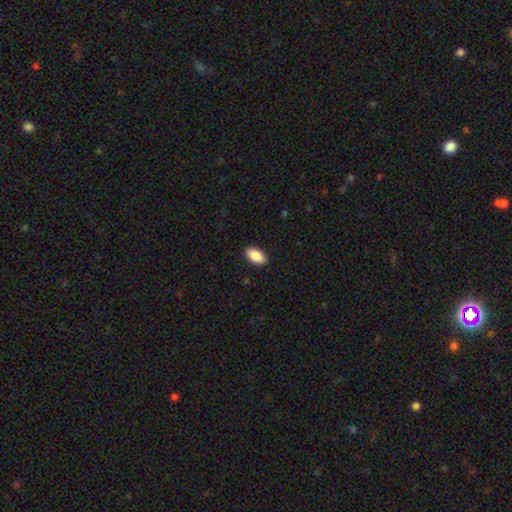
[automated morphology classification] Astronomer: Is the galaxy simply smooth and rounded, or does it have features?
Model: smooth — 89%.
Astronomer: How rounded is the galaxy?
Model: in between — 95%.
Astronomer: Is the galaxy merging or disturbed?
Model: none — 90%.